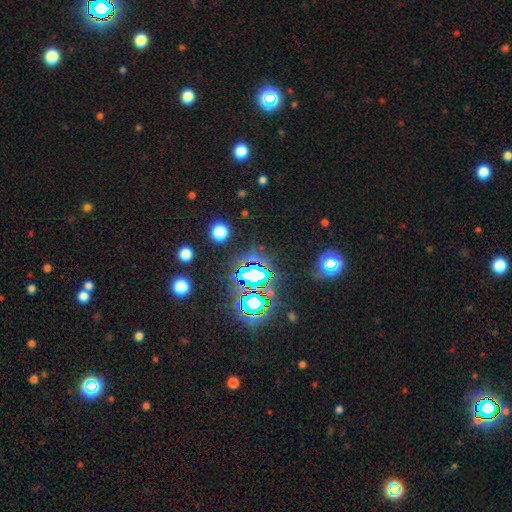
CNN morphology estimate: Q: Smooth or featured?
A: star or artifact (81%); runner-up: smooth (12%)